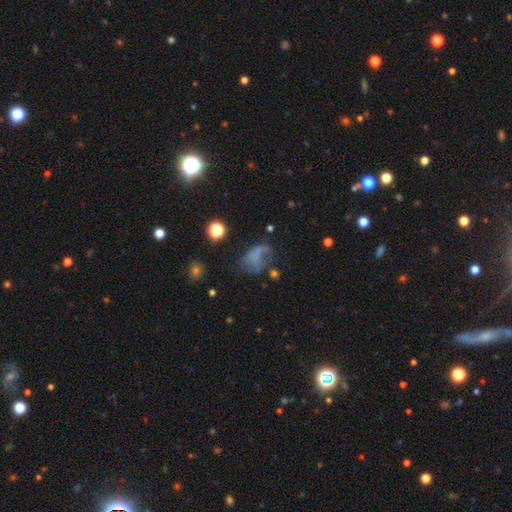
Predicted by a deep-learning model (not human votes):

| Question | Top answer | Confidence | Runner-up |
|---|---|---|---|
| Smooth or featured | smooth | 41% | featured or disk (36%) |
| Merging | major disturbance | 39% | none (32%) |